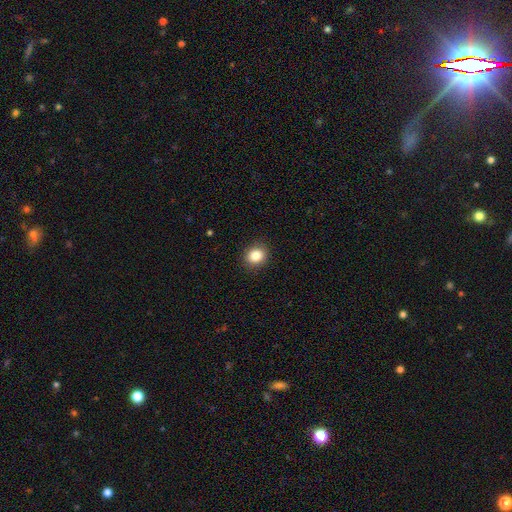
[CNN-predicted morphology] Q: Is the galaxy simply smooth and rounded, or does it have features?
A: smooth — 85%.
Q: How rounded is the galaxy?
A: round — 74%.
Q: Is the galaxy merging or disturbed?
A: none — 91%.